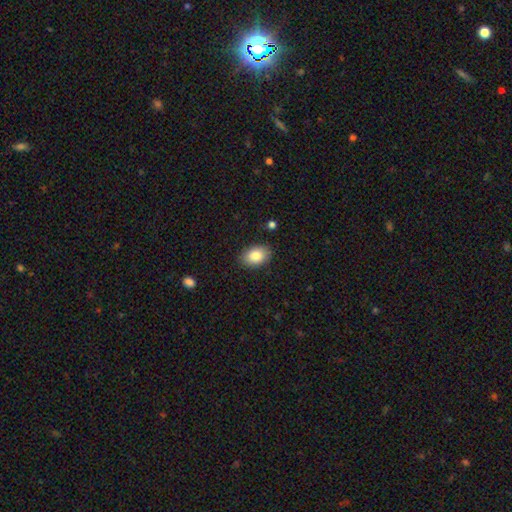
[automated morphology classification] Q: Smooth or featured?
A: smooth (84%); runner-up: featured or disk (9%)
Q: How rounded?
A: in between (88%); runner-up: round (11%)
Q: Merging?
A: none (86%); runner-up: minor disturbance (10%)